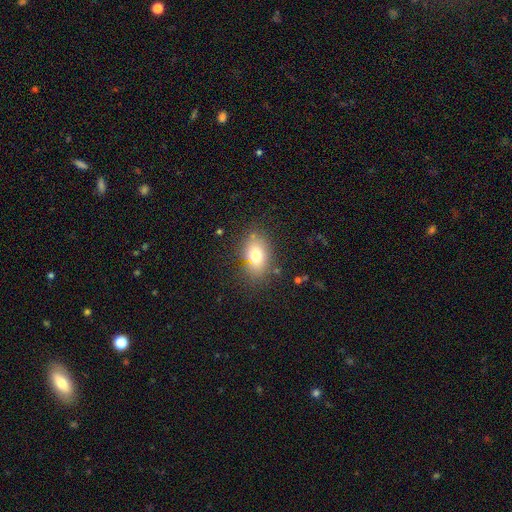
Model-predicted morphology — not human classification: A smooth galaxy with no disk features (74%) that is in between round and cigar-shaped (80%). Merging: none (79%).